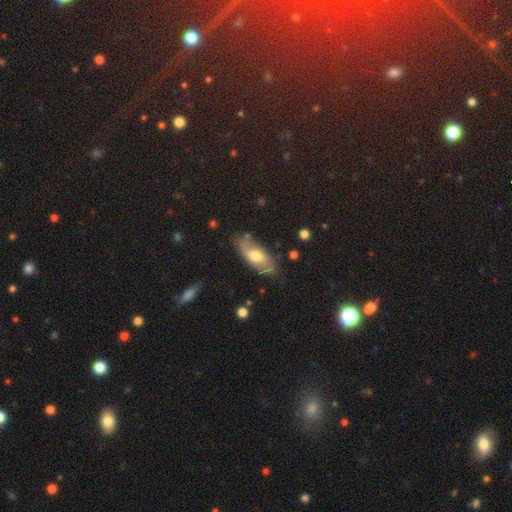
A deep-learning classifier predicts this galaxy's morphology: smooth-or-featured: smooth: 54% | featured or disk: 40% | star or artifact: 6%
  how-rounded: in between: 82% | cigar-shaped: 15% | round: 3%
  merging: none: 73% | minor disturbance: 19% | major disturbance: 5% | merger: 3%